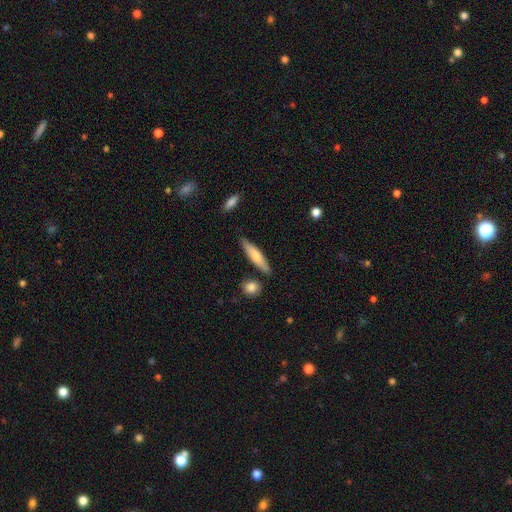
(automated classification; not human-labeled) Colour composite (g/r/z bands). It shows a smooth galaxy with no disk features (64%) that is cigar-shaped (79%). Merging: none (82%).